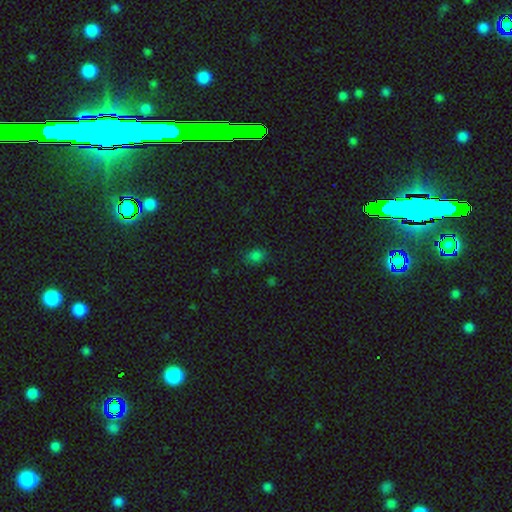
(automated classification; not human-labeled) Overall: smooth (76%). How rounded: in between (54%; round 44%). Merging: none (79%).